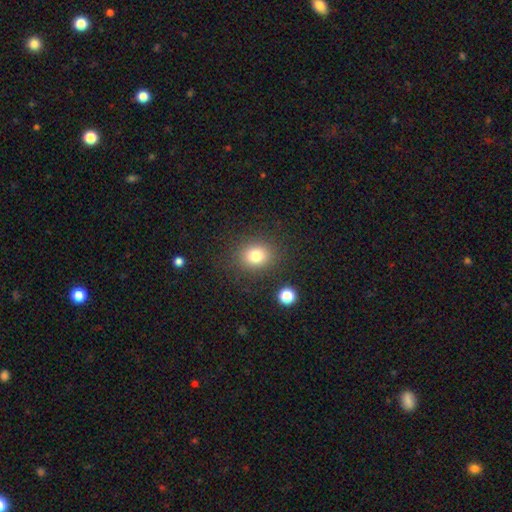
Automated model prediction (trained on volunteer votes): This appears to be a smooth galaxy with no disk features (79%) that is round (67%). Merging: none (84%).